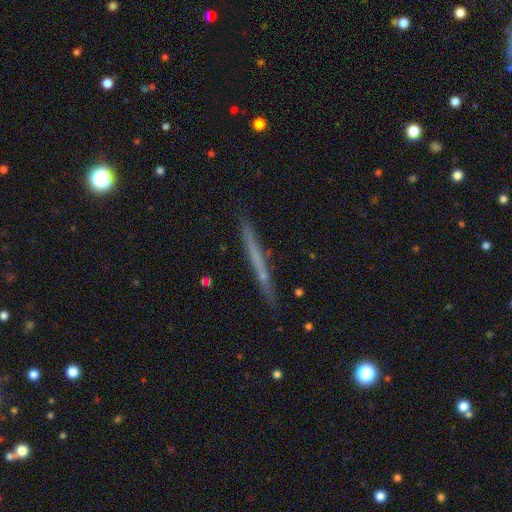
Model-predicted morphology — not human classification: Overall: smooth (47%, tied with featured or disk). Merging: none (87%).